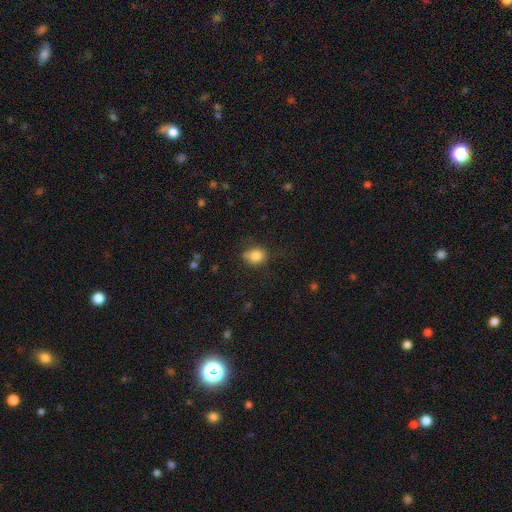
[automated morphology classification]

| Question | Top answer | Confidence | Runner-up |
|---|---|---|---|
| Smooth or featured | smooth | 82% | star or artifact (10%) |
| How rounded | round | 54% | in between (45%) |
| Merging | none | 62% | minor disturbance (27%) |